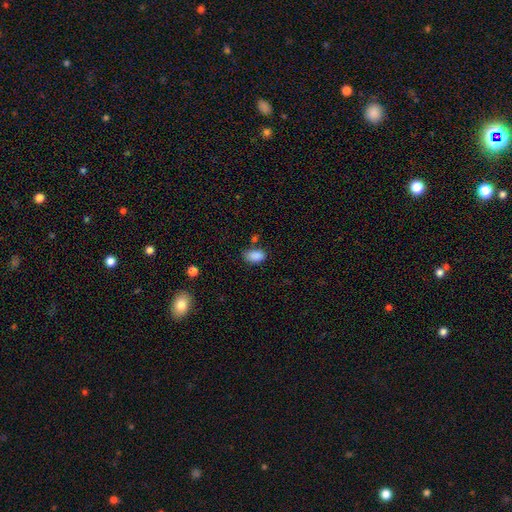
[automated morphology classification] Smooth or featured: smooth — 88% (star or artifact — 9%)
How rounded: in between — 90% (round — 8%)
Merging: none — 66% (minor disturbance — 21%)